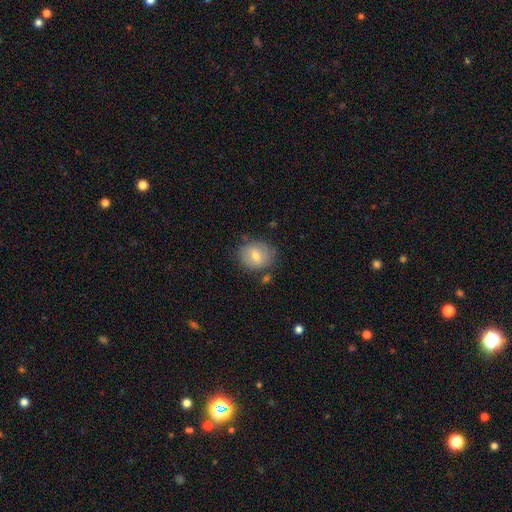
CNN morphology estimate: Smooth or featured? Predicted: smooth (p=0.68). How rounded? Predicted: round (p=0.77). Merging? Predicted: none (p=0.78).